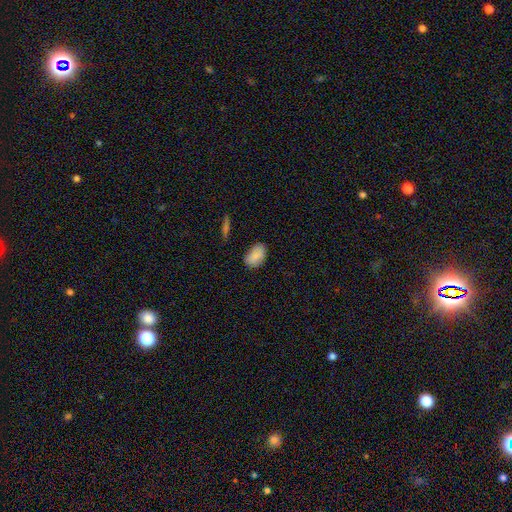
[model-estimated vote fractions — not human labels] smooth_or_featured: smooth (p=0.86) [alt: star or artifact p=0.07]
how_rounded: in between (p=0.91) [alt: round p=0.07]
merging: none (p=0.77) [alt: minor disturbance p=0.17]